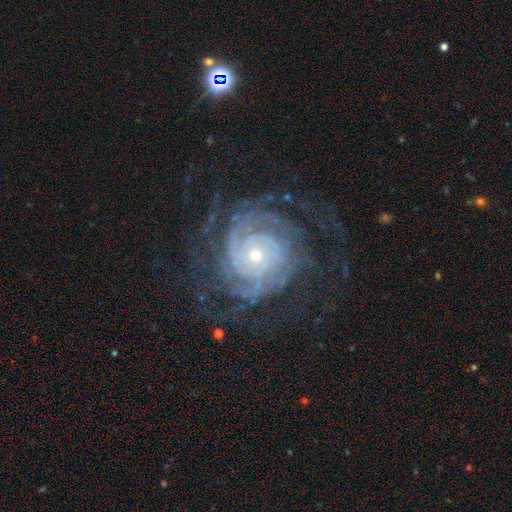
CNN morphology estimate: featured or disk 91%, star or artifact 5%, smooth 4%. Down the decision tree: edge-on disk — no (97%); bar — no (75%); spiral arms — yes (98%); spiral arm count — can't tell (24%); spiral winding — tight (77%); bulge size — small (63%); merging — none (71%).